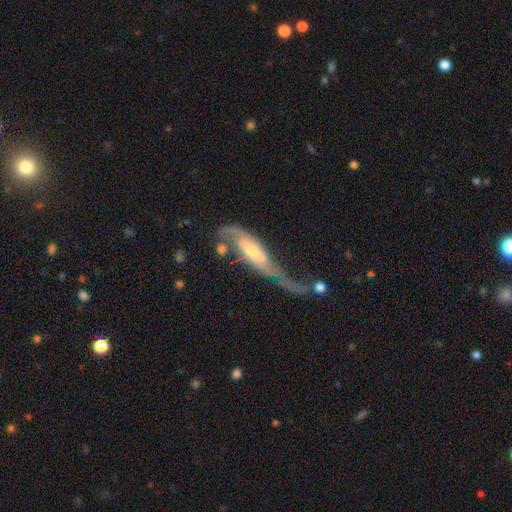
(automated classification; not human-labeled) Smooth or featured? Predicted: featured or disk (p=0.72). Edge-on disk? Predicted: no (p=0.77). Bar? Predicted: no (p=0.58). Spiral arms? Predicted: yes (p=0.76). Bulge size? Predicted: moderate (p=0.54). Merging? Predicted: major disturbance (p=0.47).